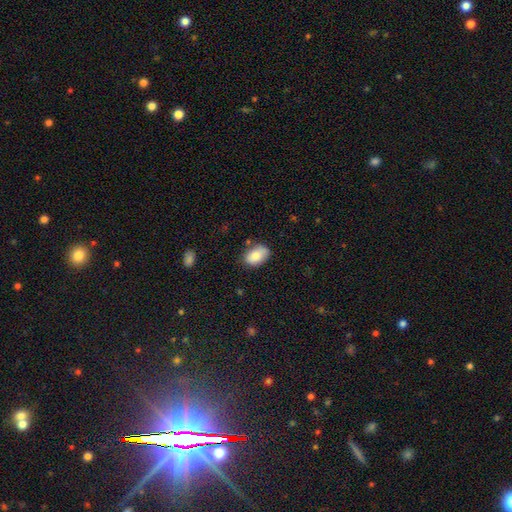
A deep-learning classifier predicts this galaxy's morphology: smooth_or_featured: smooth (p=0.82) [alt: featured or disk p=0.11]
how_rounded: in between (p=0.89) [alt: round p=0.10]
merging: none (p=0.71) [alt: minor disturbance p=0.21]